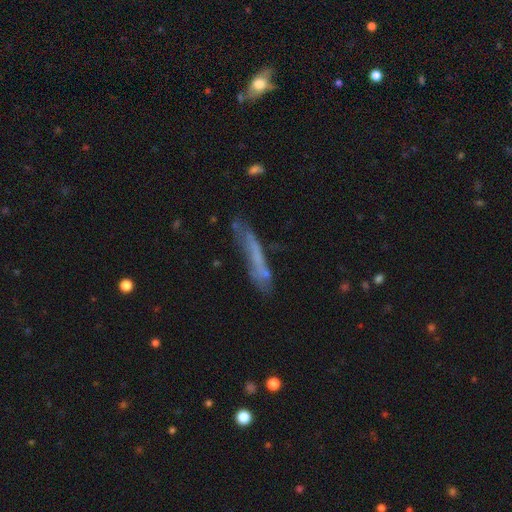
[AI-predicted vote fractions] Smooth or featured? smooth (48%)
Merging? none (60%)